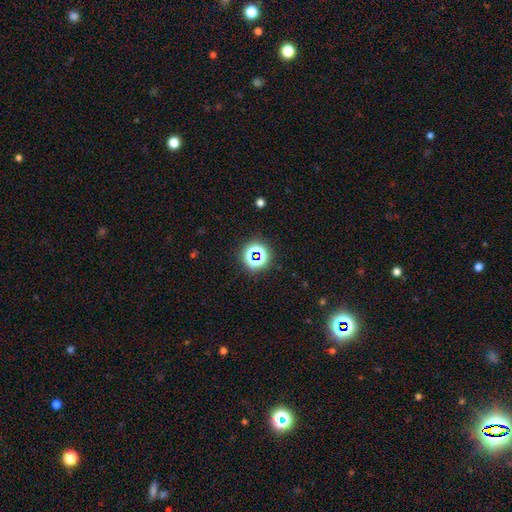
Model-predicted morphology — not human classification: A star or artifact, not a galaxy (63%).

Vote fractions:
- Smooth or featured? star or artifact: 63% / smooth: 27% / featured or disk: 10%